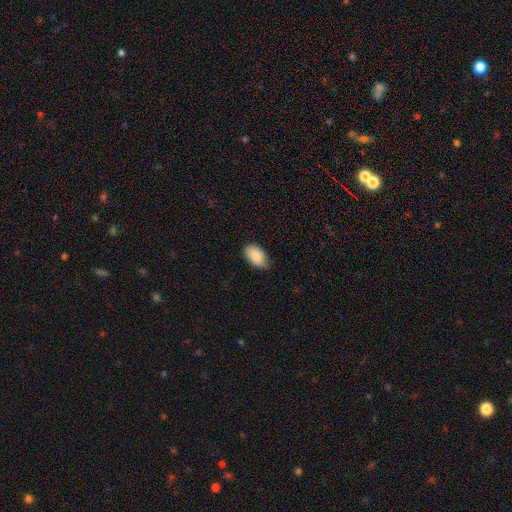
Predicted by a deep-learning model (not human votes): Smooth or featured? Predicted: smooth (p=0.89). How rounded? Predicted: in between (p=0.94). Merging? Predicted: none (p=0.80).